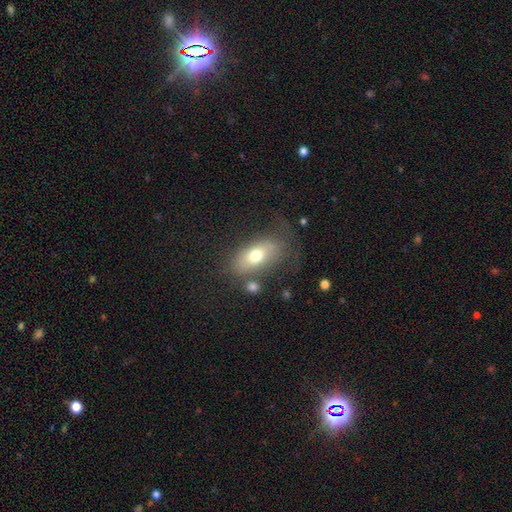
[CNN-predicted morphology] This appears to be a smooth galaxy with no disk features (64%) that is in between round and cigar-shaped (86%). Merging: none (58%).